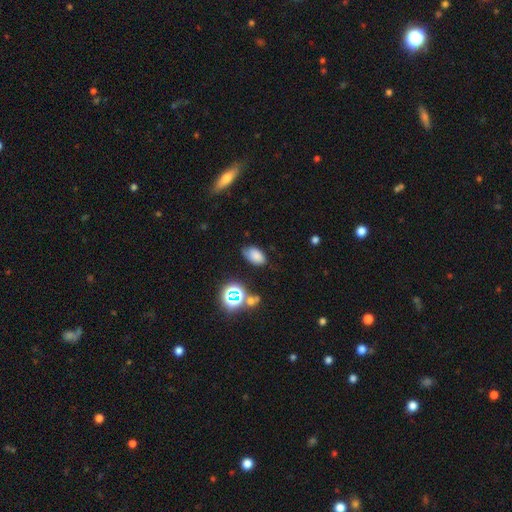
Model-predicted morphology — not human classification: This is likely a smooth galaxy (72%). How rounded: clearly in between (91%). Merging: likely none (68%).